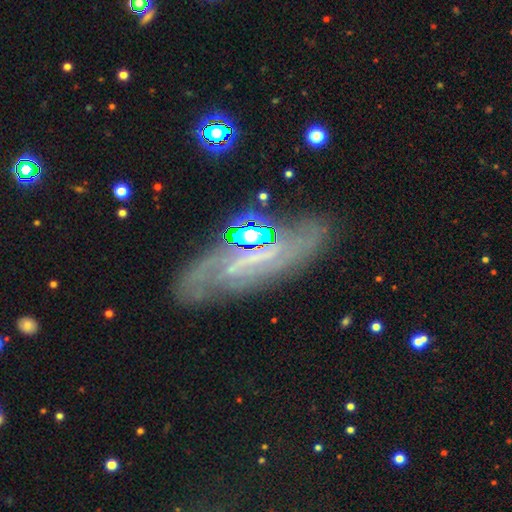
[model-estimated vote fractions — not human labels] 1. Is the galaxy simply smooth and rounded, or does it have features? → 73% featured or disk, 14% smooth, 13% star or artifact.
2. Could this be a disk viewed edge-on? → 73% no, 27% yes.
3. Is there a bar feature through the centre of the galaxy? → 38% weak, 31% no, 31% strong.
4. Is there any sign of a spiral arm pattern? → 77% yes, 23% no.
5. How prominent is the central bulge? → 37% small, 35% moderate, 18% none, 8% large, 3% dominant.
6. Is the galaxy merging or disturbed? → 73% none, 16% minor disturbance, 8% major disturbance, 3% merger.